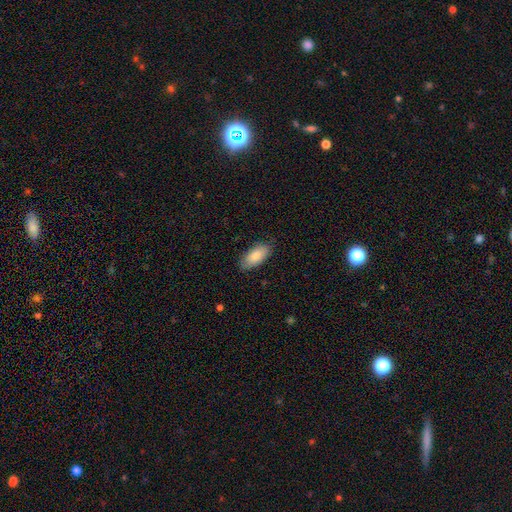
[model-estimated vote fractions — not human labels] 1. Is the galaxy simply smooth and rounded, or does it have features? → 84% smooth, 10% featured or disk, 6% star or artifact.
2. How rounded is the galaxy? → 89% in between, 9% cigar-shaped, 2% round.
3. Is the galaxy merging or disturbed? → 83% none, 13% minor disturbance, 2% major disturbance, 1% merger.